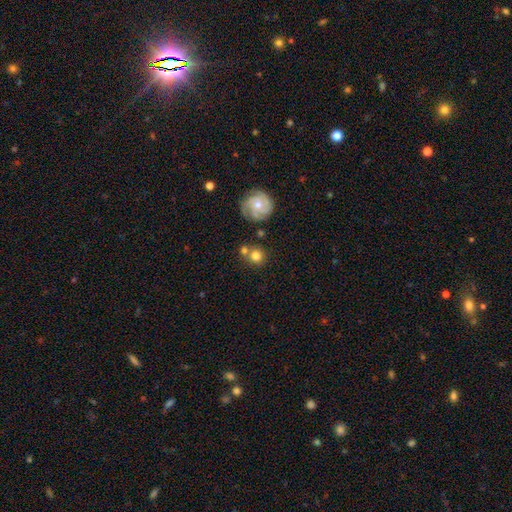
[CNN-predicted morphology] smooth_or_featured: smooth (p=0.72) [alt: featured or disk p=0.20]
how_rounded: round (p=0.91) [alt: in between p=0.08]
merging: none (p=0.67) [alt: merger p=0.19]